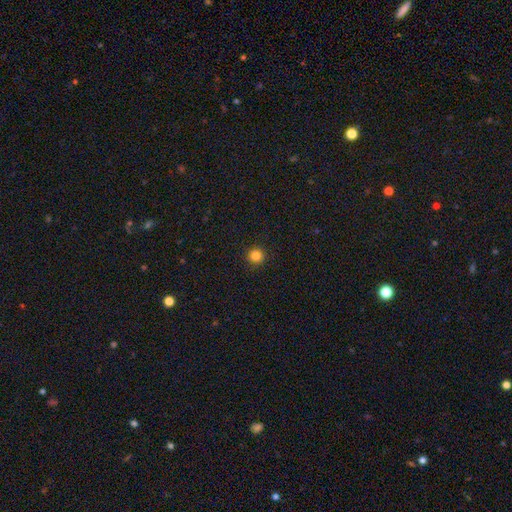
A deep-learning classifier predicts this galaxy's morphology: A smooth galaxy with no disk features (83%) that is round (96%). Merging: none (93%).